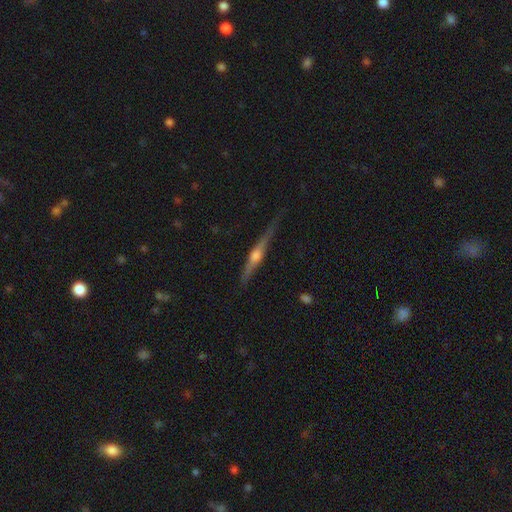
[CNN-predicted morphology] Smooth or featured?
  - featured or disk: 74% *
  - smooth: 20%
  - star or artifact: 6%
Edge-on disk?
  - yes: 97% *
  - no: 3%
Edge-on bulge?
  - rounded: 90% *
  - boxy: 6%
  - none: 5%
Merging?
  - none: 76% *
  - minor disturbance: 18%
  - major disturbance: 4%
  - merger: 2%